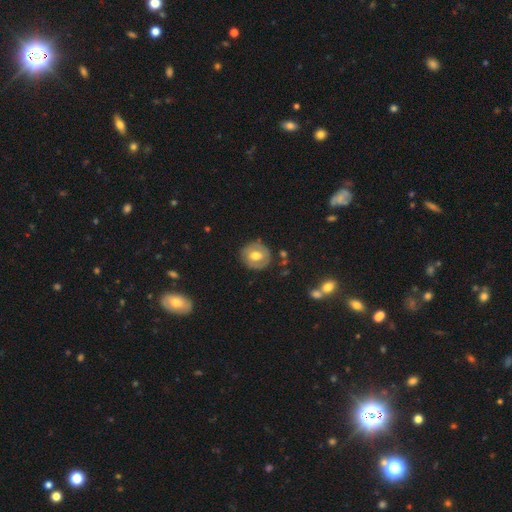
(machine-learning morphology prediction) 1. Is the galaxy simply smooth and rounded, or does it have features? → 55% smooth, 38% featured or disk, 7% star or artifact.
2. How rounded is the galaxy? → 84% round, 15% in between, 1% cigar-shaped.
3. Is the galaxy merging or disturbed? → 82% none, 12% minor disturbance, 3% major disturbance, 2% merger.